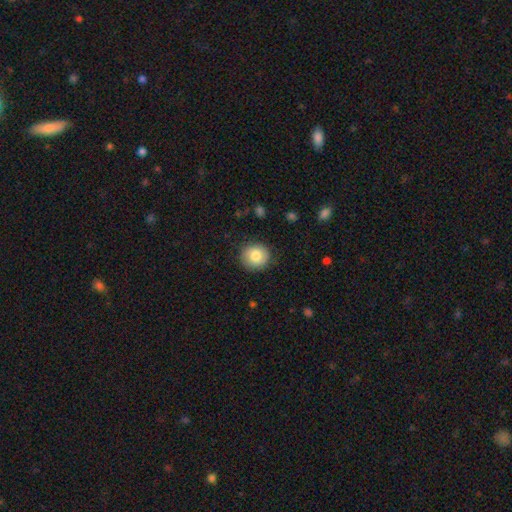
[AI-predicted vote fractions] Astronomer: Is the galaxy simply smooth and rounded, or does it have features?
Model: smooth — 82%.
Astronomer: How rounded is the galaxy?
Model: round — 89%.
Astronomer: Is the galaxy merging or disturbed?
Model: none — 87%.